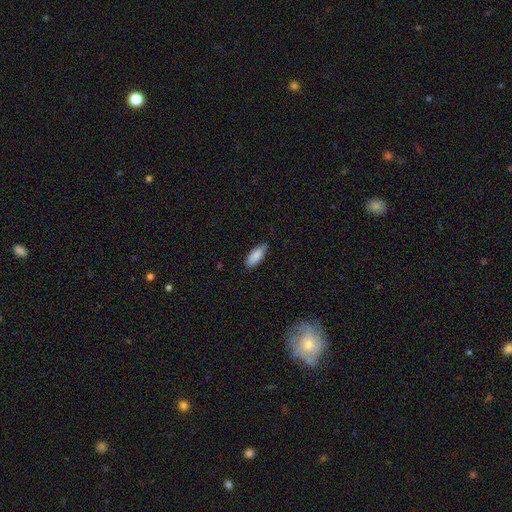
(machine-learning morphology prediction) Smooth or featured: smooth — 87% (featured or disk — 7%)
How rounded: in between — 77% (cigar-shaped — 21%)
Merging: none — 77% (minor disturbance — 20%)